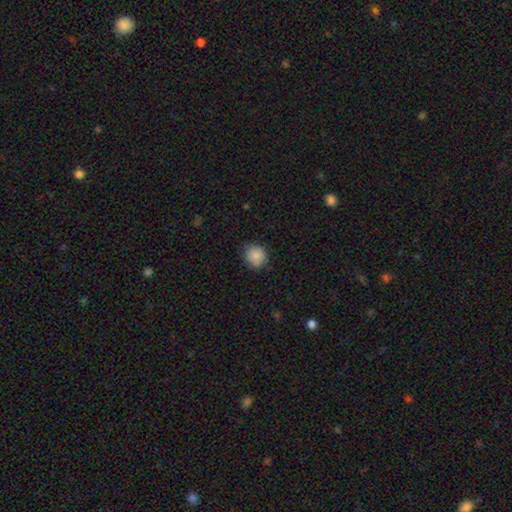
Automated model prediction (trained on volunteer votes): Smooth or featured: smooth — 84% (star or artifact — 9%)
How rounded: round — 89% (in between — 10%)
Merging: none — 78% (minor disturbance — 17%)